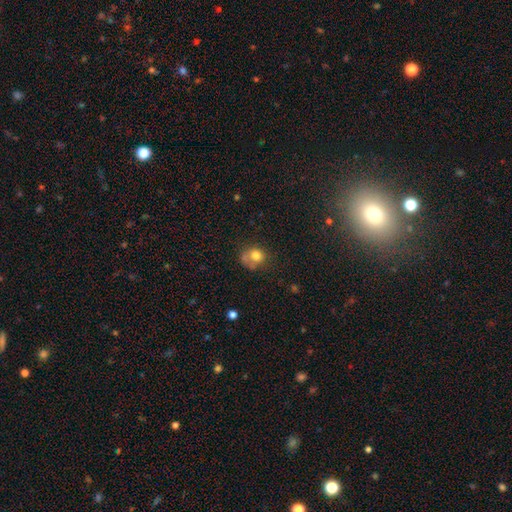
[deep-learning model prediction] Smooth or featured? Predicted: smooth (p=0.74). How rounded? Predicted: round (p=0.69). Merging? Predicted: none (p=0.41).